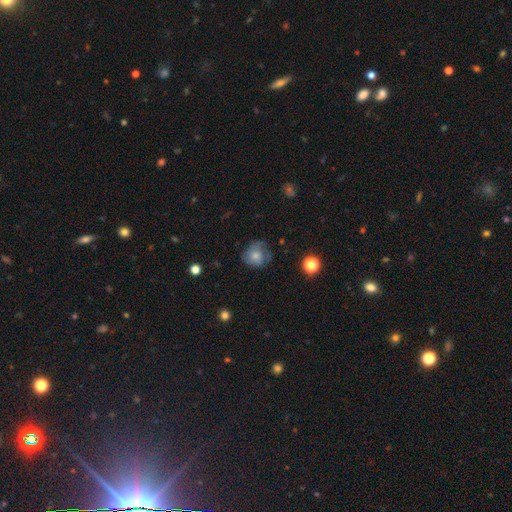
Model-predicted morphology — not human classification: smooth-or-featured: smooth: 56% | featured or disk: 34% | star or artifact: 10%
  how-rounded: round: 78% | in between: 21% | cigar-shaped: 1%
  merging: none: 58% | minor disturbance: 25% | major disturbance: 15% | merger: 2%